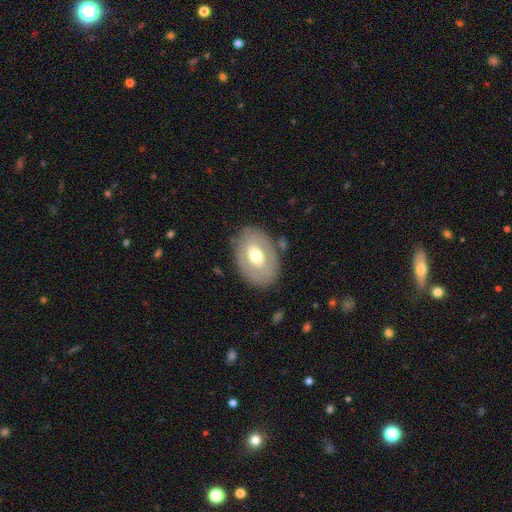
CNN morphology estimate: Q: Smooth or featured?
A: featured or disk (49%); runner-up: smooth (45%)
Q: Merging?
A: none (79%); runner-up: minor disturbance (14%)